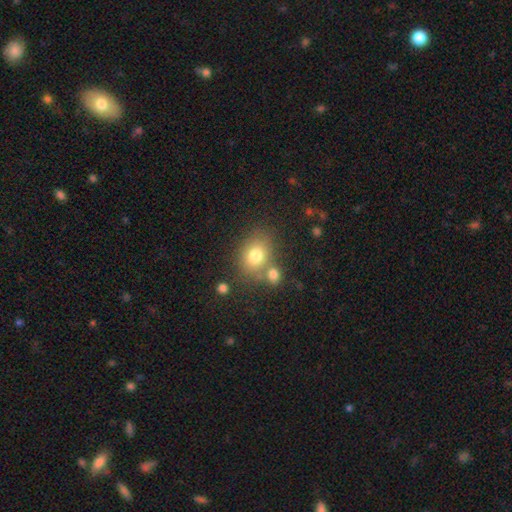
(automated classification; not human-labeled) smooth_or_featured: smooth (p=0.76) [alt: star or artifact p=0.12]
how_rounded: in between (p=0.52) [alt: round p=0.47]
merging: none (p=0.59) [alt: merger p=0.24]